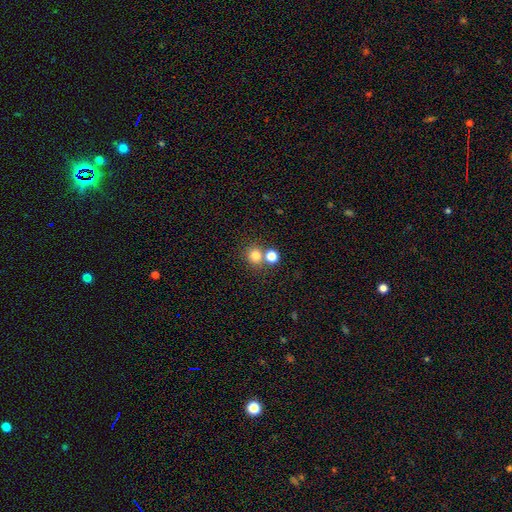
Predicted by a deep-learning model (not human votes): Morphology: type=smooth (79%); roundness=round (87%); merging=none (60%).